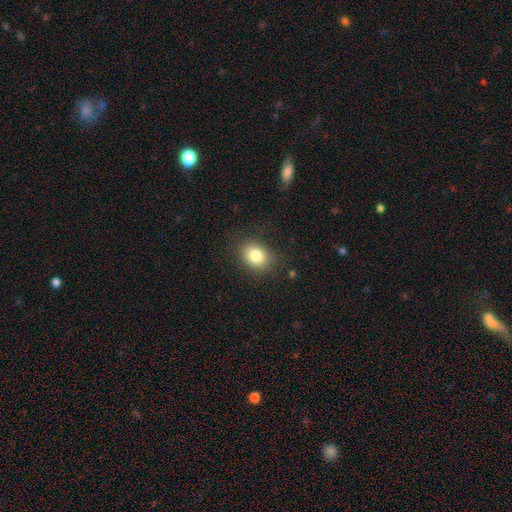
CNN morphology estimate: A smooth galaxy with no disk features (82%) that is in between round and cigar-shaped (52%). Merging: none (85%).